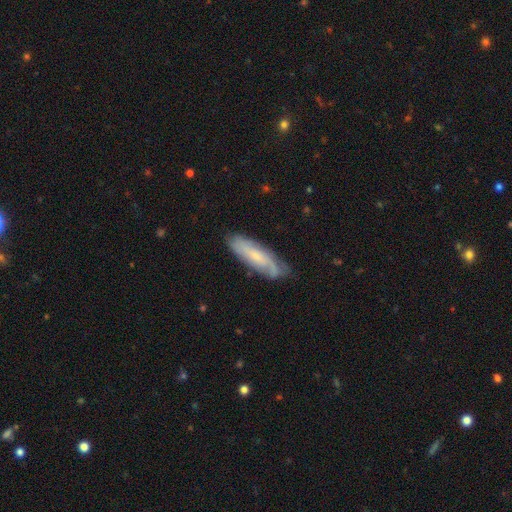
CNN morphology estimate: The model was most divided on "smooth or featured": featured or disk: 51%, smooth: 42%, star or artifact: 7%. More confident: edge-on disk — no (72%); merging — none (71%).